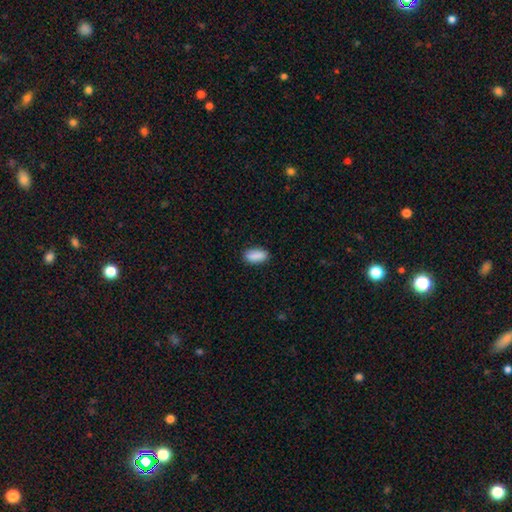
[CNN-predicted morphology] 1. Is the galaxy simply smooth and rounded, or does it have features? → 91% smooth, 7% star or artifact, 3% featured or disk.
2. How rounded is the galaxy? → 91% in between, 7% cigar-shaped, 3% round.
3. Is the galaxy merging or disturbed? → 89% none, 8% minor disturbance, 2% major disturbance, 1% merger.